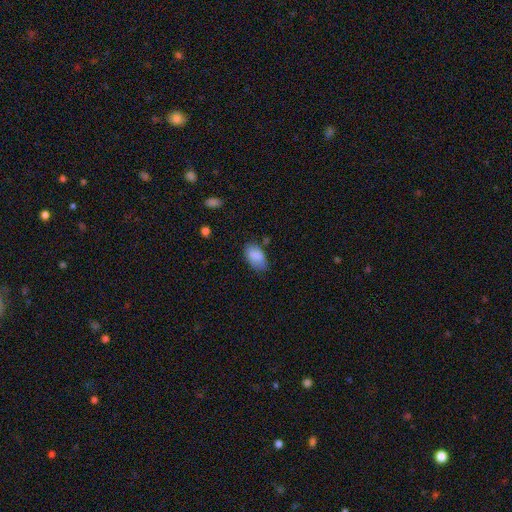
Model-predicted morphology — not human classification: Smooth or featured?
  - smooth: 84% *
  - featured or disk: 8%
  - star or artifact: 7%
How rounded?
  - in between: 92% *
  - round: 6%
  - cigar-shaped: 2%
Merging?
  - none: 60% *
  - minor disturbance: 31%
  - major disturbance: 6%
  - merger: 3%